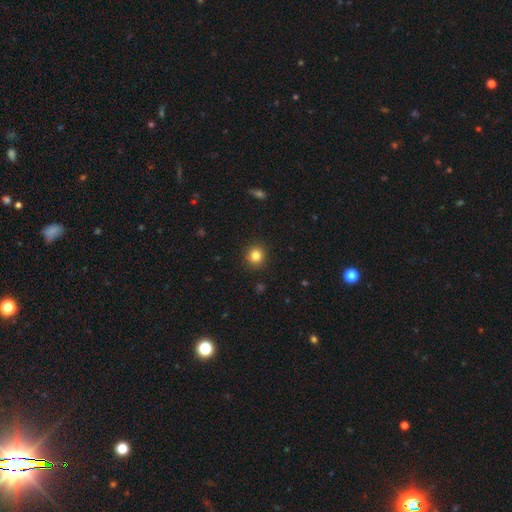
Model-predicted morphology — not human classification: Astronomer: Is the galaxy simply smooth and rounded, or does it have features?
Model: smooth — 83%.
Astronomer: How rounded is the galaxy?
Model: round — 91%.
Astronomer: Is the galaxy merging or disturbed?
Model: none — 91%.